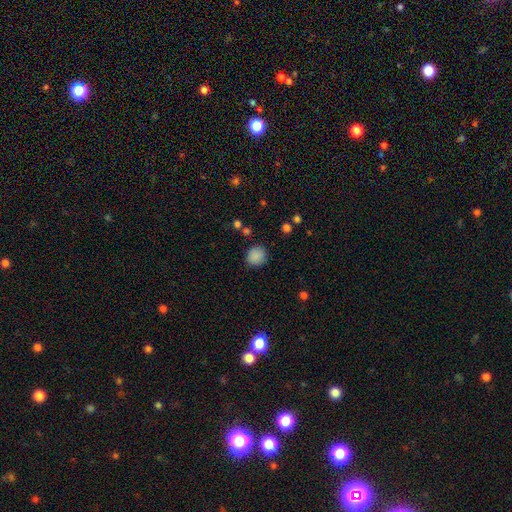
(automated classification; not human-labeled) Q: Smooth or featured?
A: smooth (87%); runner-up: star or artifact (9%)
Q: How rounded?
A: round (83%); runner-up: in between (16%)
Q: Merging?
A: none (84%); runner-up: minor disturbance (11%)